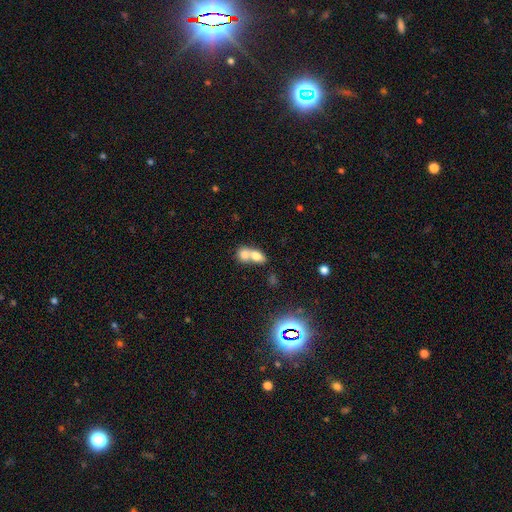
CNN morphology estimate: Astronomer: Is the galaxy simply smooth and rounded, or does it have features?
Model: smooth — 73%.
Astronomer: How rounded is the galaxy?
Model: in between — 69%.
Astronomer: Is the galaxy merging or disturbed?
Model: merger — 74%.